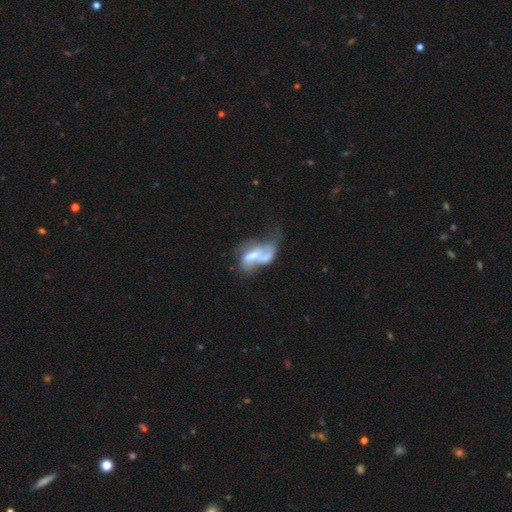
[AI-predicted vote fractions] Smooth or featured? featured or disk (56%)
Edge-on disk? no (95%)
Bar? no (60%)
Spiral arms? no (65%)
Bulge size? none (34%)
Merging? merger (36%)